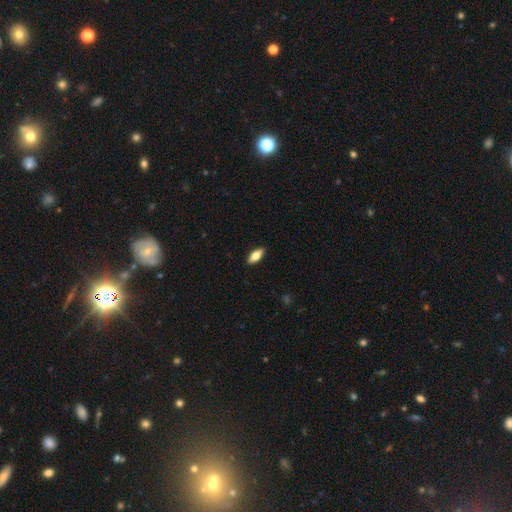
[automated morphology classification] smooth_or_featured: smooth (p=0.69) [alt: featured or disk p=0.25]
how_rounded: in between (p=0.79) [alt: cigar-shaped p=0.18]
merging: none (p=0.89) [alt: minor disturbance p=0.08]